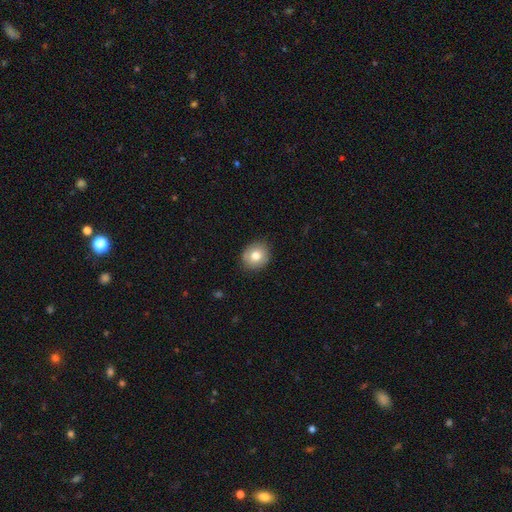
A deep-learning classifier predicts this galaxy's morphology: Overall: smooth (77%). How rounded: round (76%). Merging: none (87%).